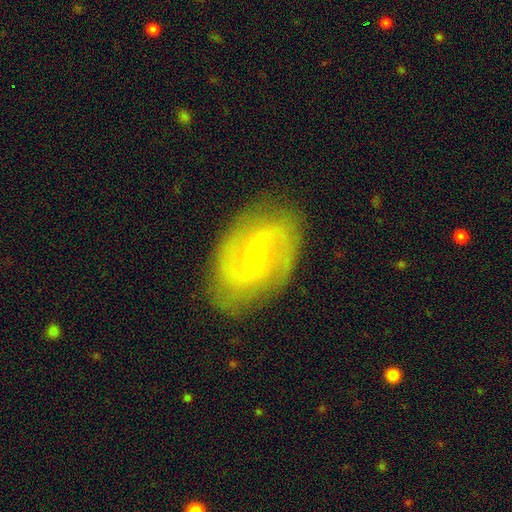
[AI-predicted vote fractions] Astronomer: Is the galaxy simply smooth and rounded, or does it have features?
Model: featured or disk — 88%.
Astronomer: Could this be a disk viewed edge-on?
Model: no — 97%.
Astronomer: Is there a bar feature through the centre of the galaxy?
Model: no — 42%, tied with weak at 42%.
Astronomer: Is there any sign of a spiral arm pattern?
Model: yes — 96%.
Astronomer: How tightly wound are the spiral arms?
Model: medium — 53%.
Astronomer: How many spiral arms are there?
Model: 2 — 89%.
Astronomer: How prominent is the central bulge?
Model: small — 71%.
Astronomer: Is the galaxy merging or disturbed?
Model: none — 83%.